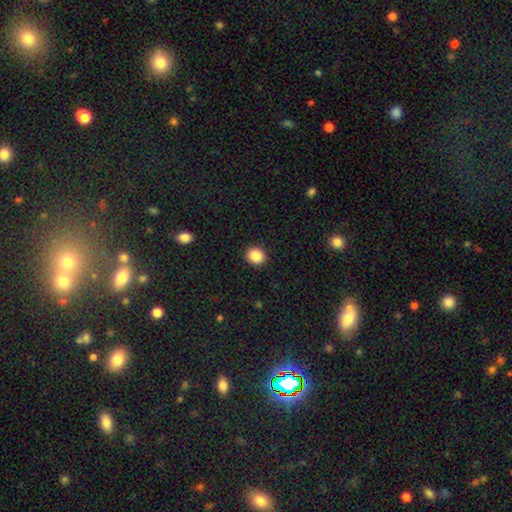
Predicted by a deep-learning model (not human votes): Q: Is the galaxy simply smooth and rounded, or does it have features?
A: smooth — 87%.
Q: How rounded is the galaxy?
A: round — 78%.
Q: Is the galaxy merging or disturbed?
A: none — 92%.